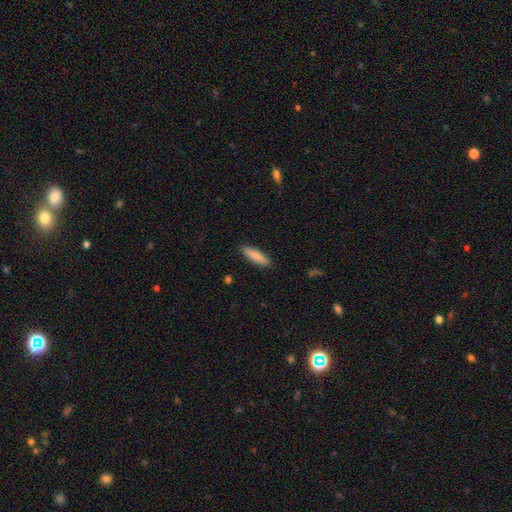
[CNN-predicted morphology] Smooth or featured: smooth — 84% (featured or disk — 10%)
How rounded: cigar-shaped — 68% (in between — 30%)
Merging: none — 89% (minor disturbance — 8%)